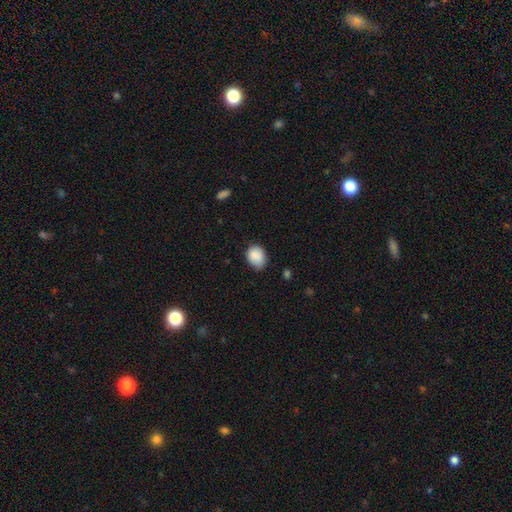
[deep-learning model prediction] A smooth galaxy with no disk features (88%) that is in between round and cigar-shaped (56%).

Vote fractions:
- Smooth or featured? smooth: 88% / star or artifact: 8% / featured or disk: 4%
- How rounded? in between: 56% / round: 43% / cigar-shaped: 1%
- Merging? none: 69% / minor disturbance: 25% / major disturbance: 4% / merger: 2%